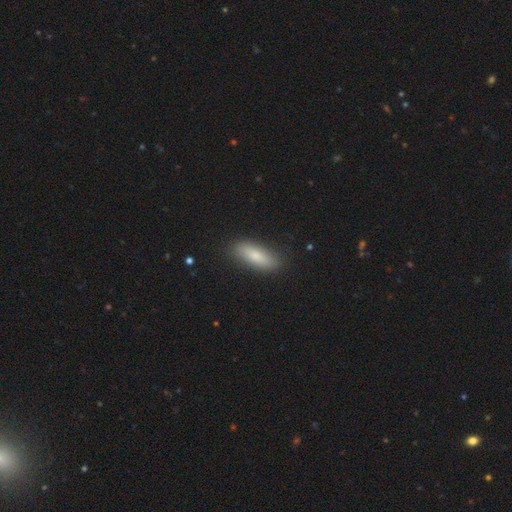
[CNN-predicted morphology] type=smooth (81%); roundness=in between (59%); merging=none (86%).